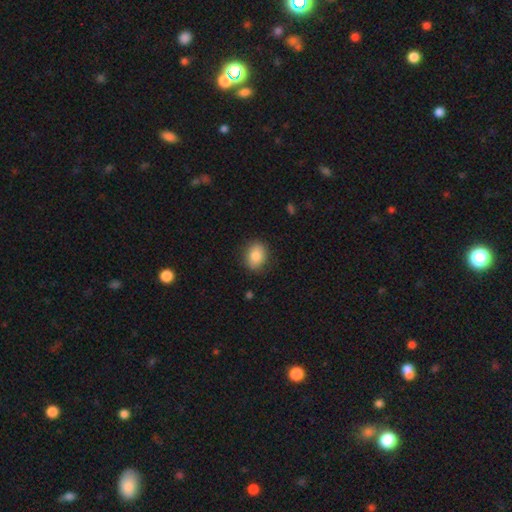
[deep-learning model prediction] Smooth or featured? Predicted: smooth (p=0.85). How rounded? Predicted: in between (p=0.59). Merging? Predicted: none (p=0.86).